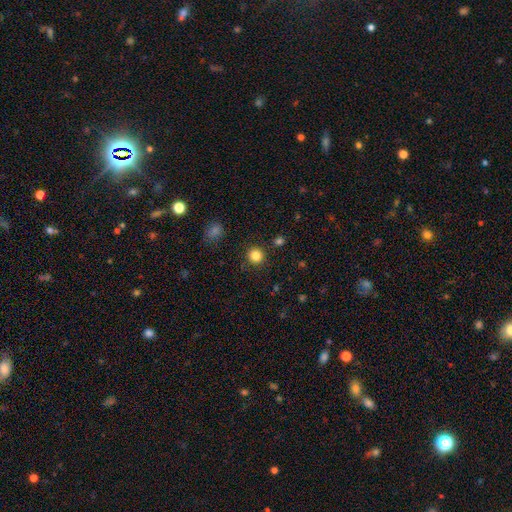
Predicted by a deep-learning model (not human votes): Q: Smooth or featured?
A: smooth (84%); runner-up: star or artifact (12%)
Q: How rounded?
A: round (93%); runner-up: in between (6%)
Q: Merging?
A: none (90%); runner-up: minor disturbance (6%)